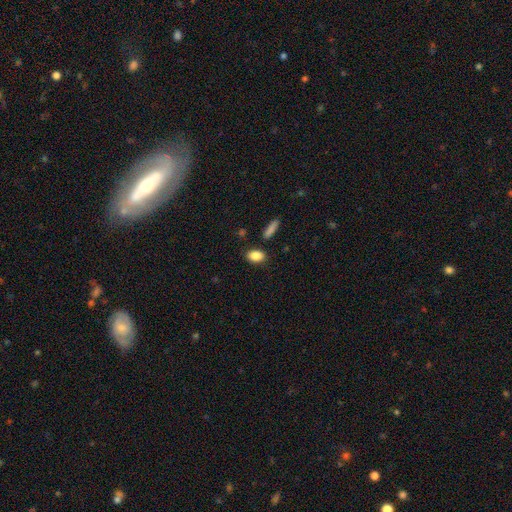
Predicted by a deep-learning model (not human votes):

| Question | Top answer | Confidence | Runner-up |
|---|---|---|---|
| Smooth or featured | smooth | 87% | star or artifact (8%) |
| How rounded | in between | 83% | round (13%) |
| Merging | none | 84% | minor disturbance (10%) |